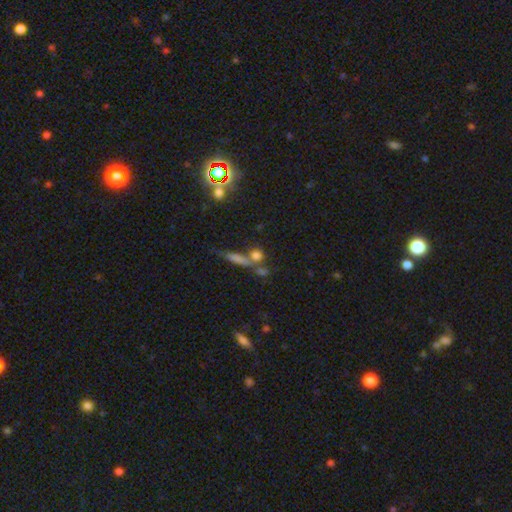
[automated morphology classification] The model was most divided on "merging": none: 50%, merger: 33%, minor disturbance: 10%, major disturbance: 7%. More confident: smooth or featured — smooth (69%); how rounded — round (65%).